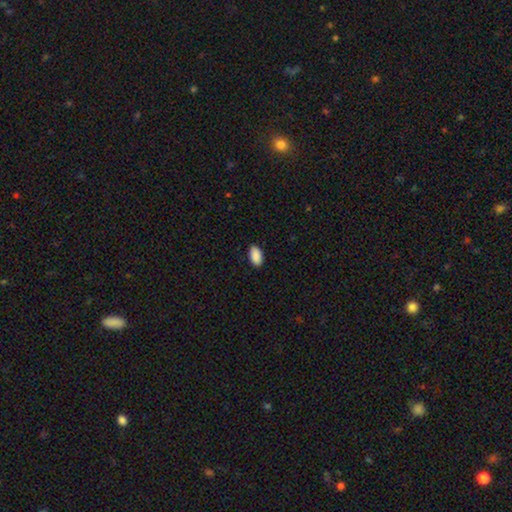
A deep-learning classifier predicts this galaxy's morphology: This appears to be a smooth galaxy with no disk features (90%) that is in between round and cigar-shaped (95%). Merging: none (88%).